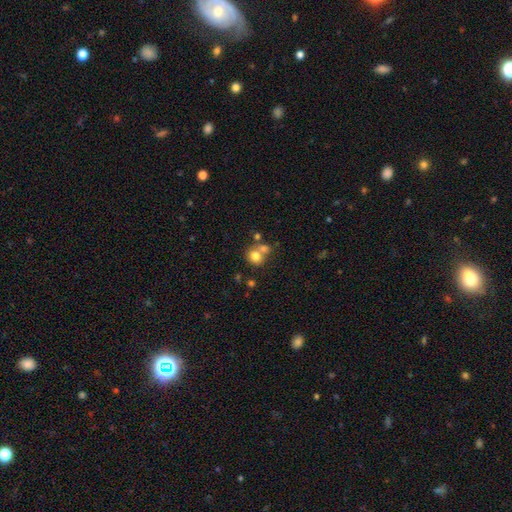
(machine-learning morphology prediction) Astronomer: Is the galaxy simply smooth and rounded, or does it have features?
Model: smooth — 76%.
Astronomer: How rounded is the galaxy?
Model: round — 83%.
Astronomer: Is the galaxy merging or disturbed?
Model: none — 51% (runner-up: merger, 36%).